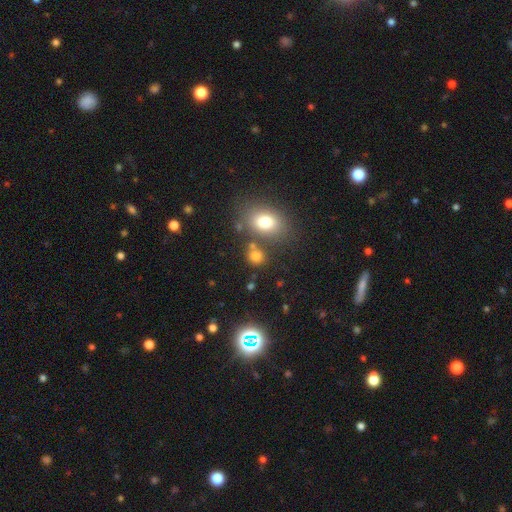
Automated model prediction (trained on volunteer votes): Morphology: type=smooth (74%); roundness=round (70%); merging=none (67%).